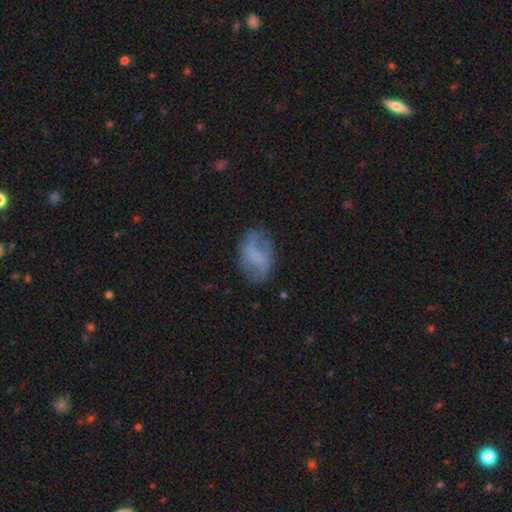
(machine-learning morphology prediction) Smooth or featured?
  - featured or disk: 56% *
  - smooth: 34%
  - star or artifact: 9%
Edge-on disk?
  - no: 97% *
  - yes: 3%
Bar?
  - no: 45% *
  - weak: 38%
  - strong: 16%
Spiral arms?
  - yes: 72% *
  - no: 28%
Bulge size?
  - none: 62% *
  - small: 18%
  - moderate: 13%
  - large: 5%
  - dominant: 1%
Merging?
  - none: 61% *
  - minor disturbance: 23%
  - major disturbance: 13%
  - merger: 2%